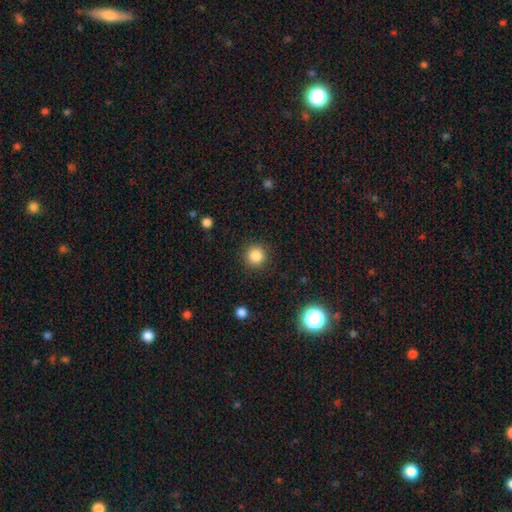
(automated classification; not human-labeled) smooth-or-featured: smooth: 84% | star or artifact: 11% | featured or disk: 4%
  how-rounded: round: 94% | in between: 5% | cigar-shaped: 1%
  merging: none: 90% | minor disturbance: 6% | major disturbance: 2% | merger: 1%